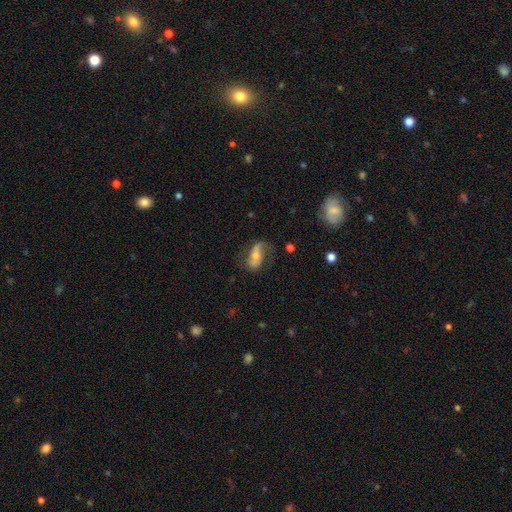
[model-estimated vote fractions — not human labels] Smooth or featured? featured or disk (56%)
Edge-on disk? no (89%)
Bar? no (39%)
Spiral arms? yes (79%)
Bulge size? moderate (45%)
Merging? none (57%)